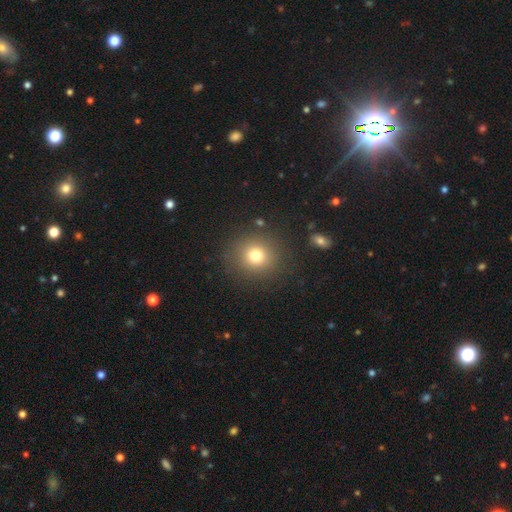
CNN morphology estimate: smooth 76%, star or artifact 14%, featured or disk 9%. Down the decision tree: how rounded — round (90%); merging — none (87%).